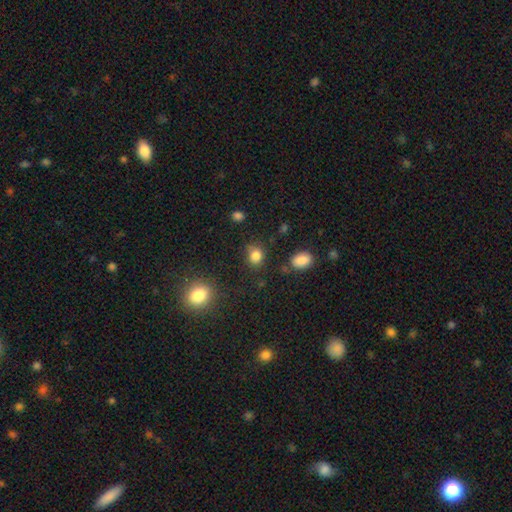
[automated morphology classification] Overall: smooth (83%). How rounded: round (63%; in between 36%). Merging: none (73%).